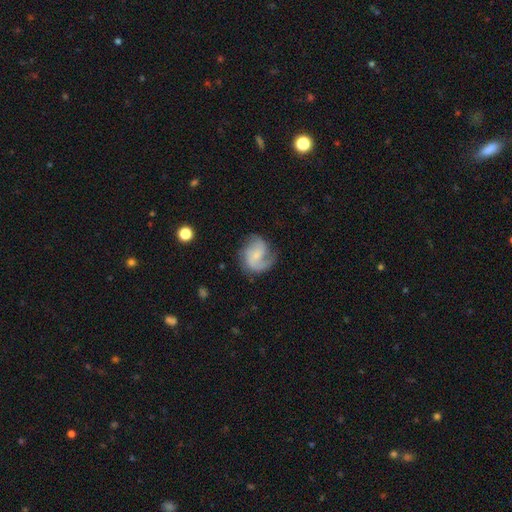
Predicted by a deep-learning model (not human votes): Smooth or featured: featured or disk — 69% (smooth — 25%)
Edge-on disk: no — 98% (yes — 2%)
Bar: no — 55% (weak — 37%)
Spiral arms: yes — 91% (no — 9%)
Spiral winding: medium — 45% (loose — 33%)
Spiral arm count: 2 — 44% (1 — 25%)
Bulge size: small — 58% (moderate — 21%)
Merging: none — 57% (minor disturbance — 23%)